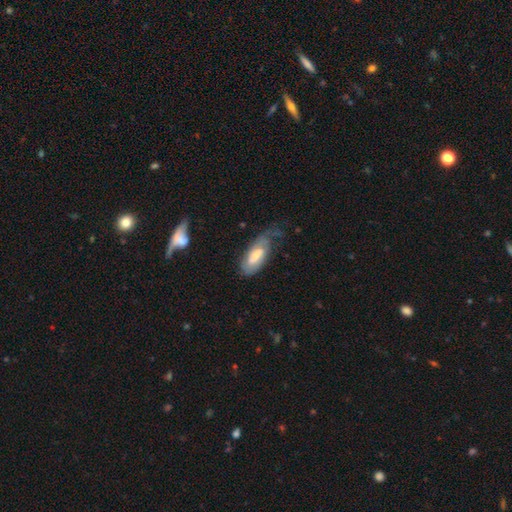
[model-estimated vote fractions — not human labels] Morphology: type=featured or disk (50%); edge-on=no (88%); merging=none (38%).